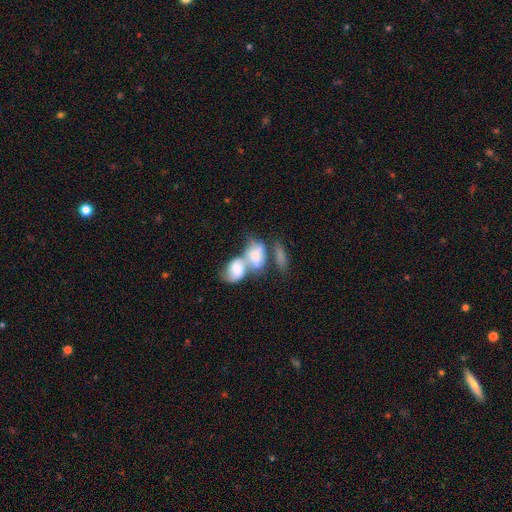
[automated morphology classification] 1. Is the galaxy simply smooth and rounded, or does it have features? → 57% smooth, 35% featured or disk, 8% star or artifact.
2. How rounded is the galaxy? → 83% in between, 12% round, 5% cigar-shaped.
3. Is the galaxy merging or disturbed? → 78% merger, 10% none, 7% major disturbance, 6% minor disturbance.